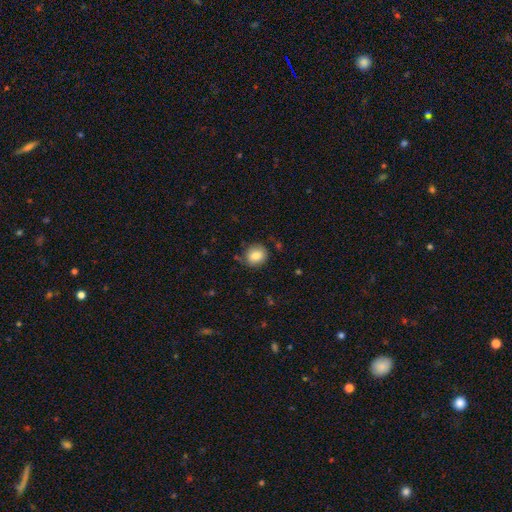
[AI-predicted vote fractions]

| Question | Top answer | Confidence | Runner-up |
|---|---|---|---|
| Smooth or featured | smooth | 83% | star or artifact (9%) |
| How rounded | round | 79% | in between (20%) |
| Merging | none | 81% | minor disturbance (13%) |